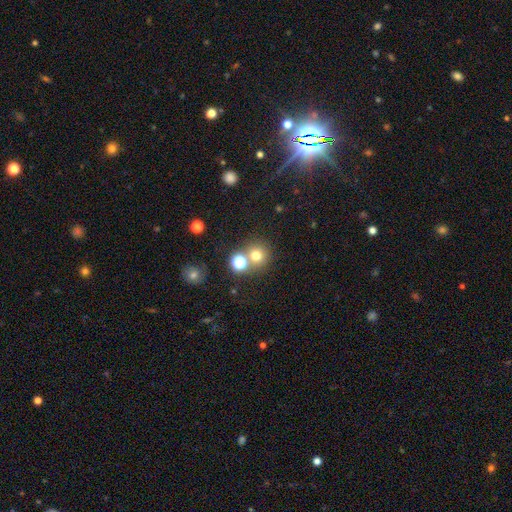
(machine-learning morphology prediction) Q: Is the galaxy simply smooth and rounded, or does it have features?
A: smooth — 71%.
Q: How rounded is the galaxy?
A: round — 91%.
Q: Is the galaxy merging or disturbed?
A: none — 66%.